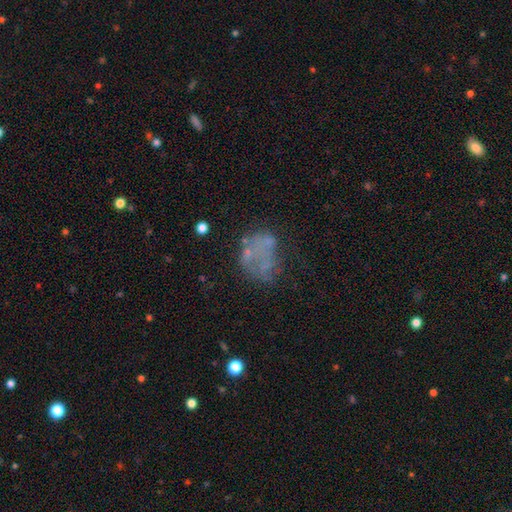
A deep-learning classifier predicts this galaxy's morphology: featured or disk 44%, smooth 37%, star or artifact 19%. Down the decision tree: merging — none (45%).